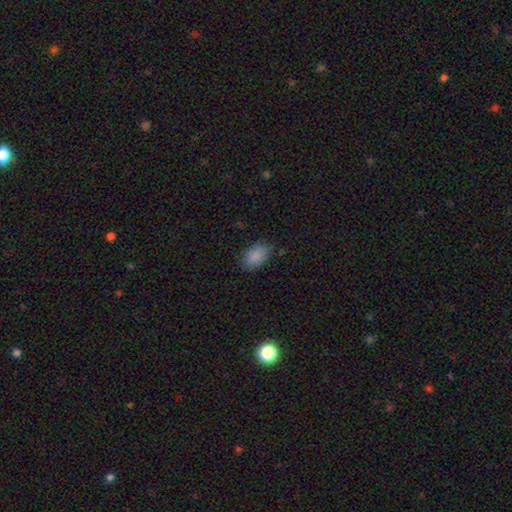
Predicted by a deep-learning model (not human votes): Q: Smooth or featured?
A: smooth (88%); runner-up: star or artifact (8%)
Q: How rounded?
A: in between (89%); runner-up: round (9%)
Q: Merging?
A: none (82%); runner-up: minor disturbance (14%)